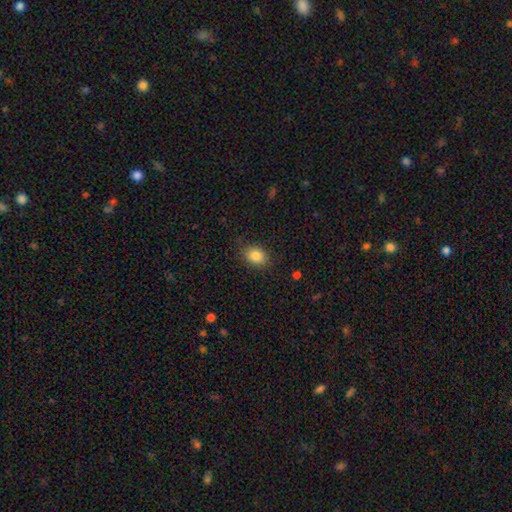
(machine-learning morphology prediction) Overall: smooth (85%). How rounded: in between (62%; round 37%). Merging: none (83%).